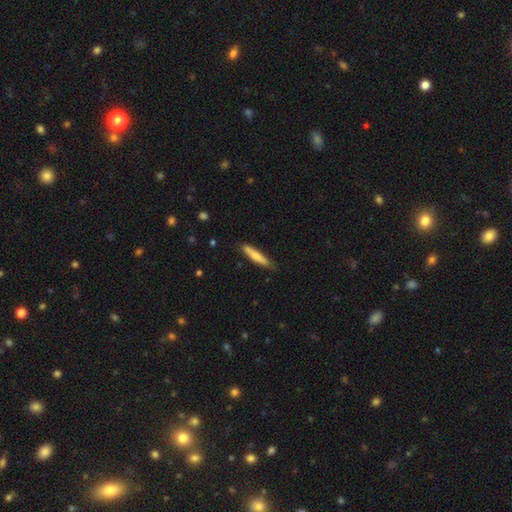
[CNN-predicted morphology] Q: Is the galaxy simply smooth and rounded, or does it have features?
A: smooth — 69%.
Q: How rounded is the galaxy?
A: cigar-shaped — 91%.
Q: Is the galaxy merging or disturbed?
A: none — 81%.